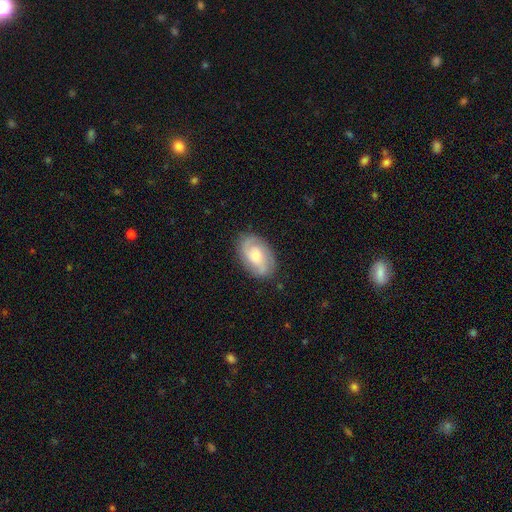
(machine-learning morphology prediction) A featured or disk galaxy (66%) with no bar (58%), 2 (57%) medium (43%) spiral arms (91%) and a moderate central bulge (57%). Merging: none (82%).